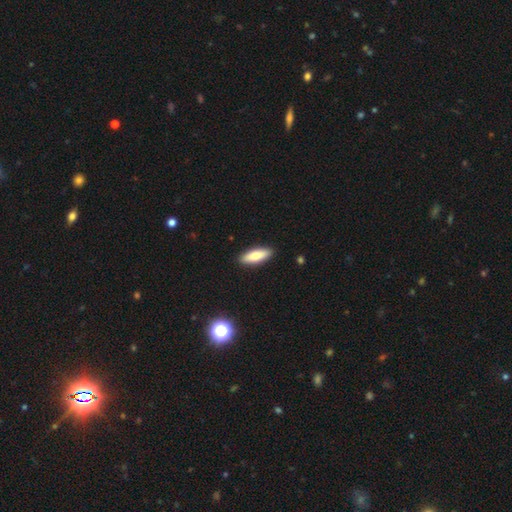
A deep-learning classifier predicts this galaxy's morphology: Overall: smooth (75%). How rounded: in between (54%; cigar-shaped 44%). Merging: none (90%).